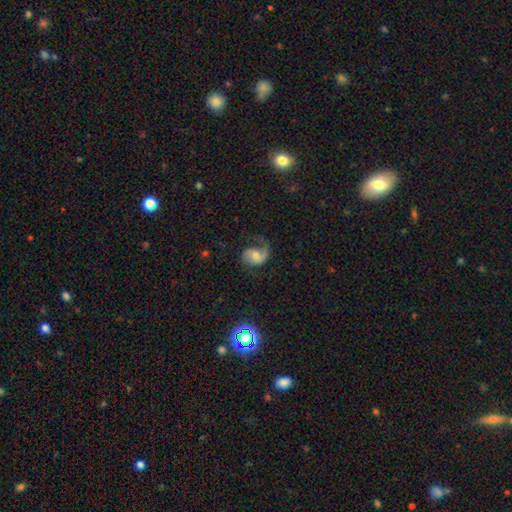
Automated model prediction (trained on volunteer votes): This is likely a featured or disk galaxy (72%). It is clearly not viewed edge-on (97%). Bar: possibly no (58%). Spiral arm pattern: clearly yes (92%). Spiral arm count: possibly 2 (52%). Spiral winding: marginally loose (45%). Central bulge: possibly moderate (58%). Merging: possibly none (50%).